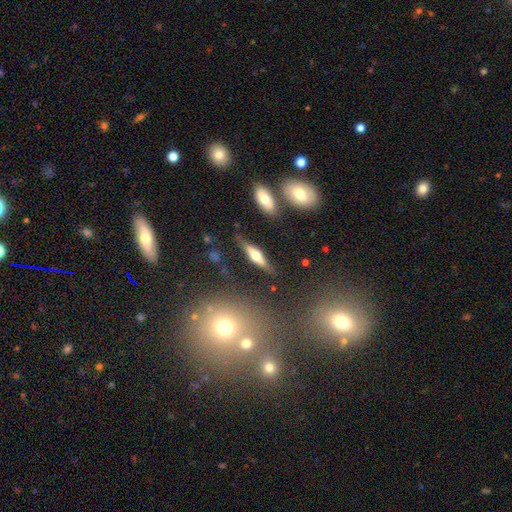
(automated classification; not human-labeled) Smooth or featured? featured or disk (59%)
Edge-on disk? yes (93%)
Edge-on bulge? rounded (88%)
Merging? none (79%)